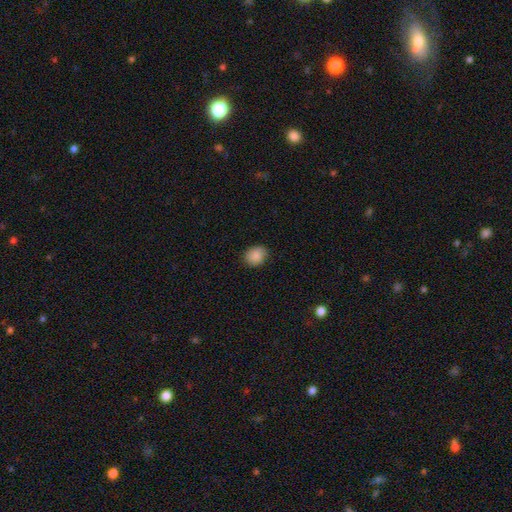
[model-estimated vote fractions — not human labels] smooth 86%, star or artifact 8%, featured or disk 5%. Down the decision tree: how rounded — round (57%); merging — none (83%).